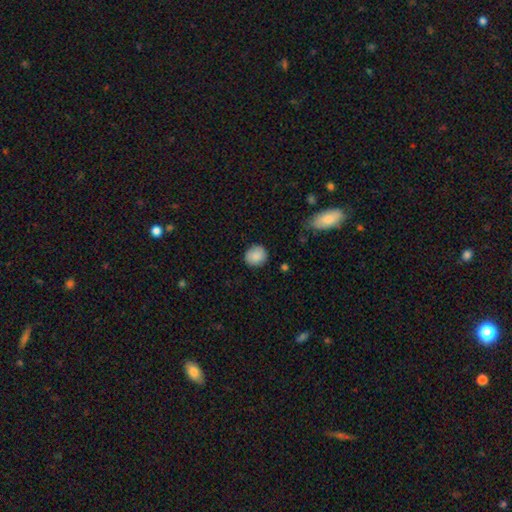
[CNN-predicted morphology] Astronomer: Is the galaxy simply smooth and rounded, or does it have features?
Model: smooth — 88%.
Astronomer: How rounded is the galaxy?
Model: round — 85%.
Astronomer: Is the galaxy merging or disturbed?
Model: none — 85%.